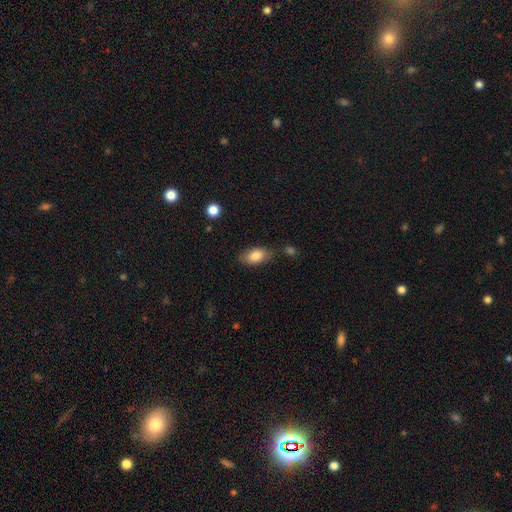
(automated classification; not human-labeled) smooth 83%, featured or disk 10%, star or artifact 7%. Down the decision tree: how rounded — in between (91%); merging — none (74%).